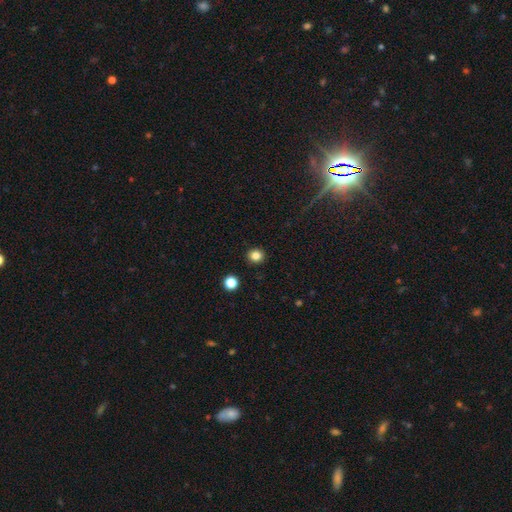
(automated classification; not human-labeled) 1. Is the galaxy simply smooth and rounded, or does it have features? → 84% smooth, 12% star or artifact, 4% featured or disk.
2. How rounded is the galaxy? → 87% round, 12% in between, 1% cigar-shaped.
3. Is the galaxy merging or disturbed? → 92% none, 5% minor disturbance, 2% major disturbance, 1% merger.